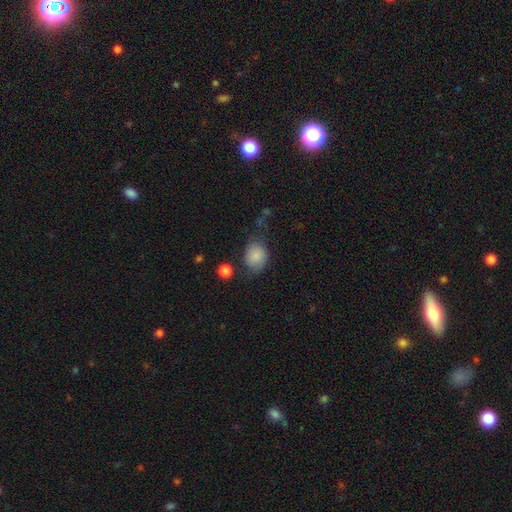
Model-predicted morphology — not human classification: A smooth galaxy with no disk features (84%) that is in between round and cigar-shaped (53%).

Vote fractions:
- Smooth or featured? smooth: 84% / star or artifact: 8% / featured or disk: 8%
- How rounded? in between: 53% / round: 46% / cigar-shaped: 1%
- Merging? none: 60% / minor disturbance: 25% / major disturbance: 10% / merger: 5%